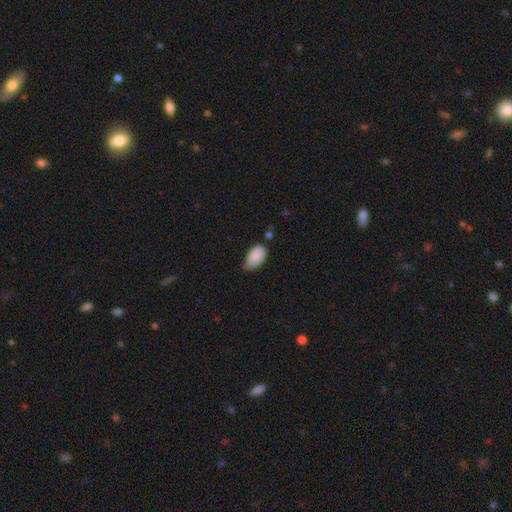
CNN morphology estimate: This appears to be a smooth galaxy with no disk features (86%) that is in between round and cigar-shaped (92%). Merging: minor disturbance (48%).